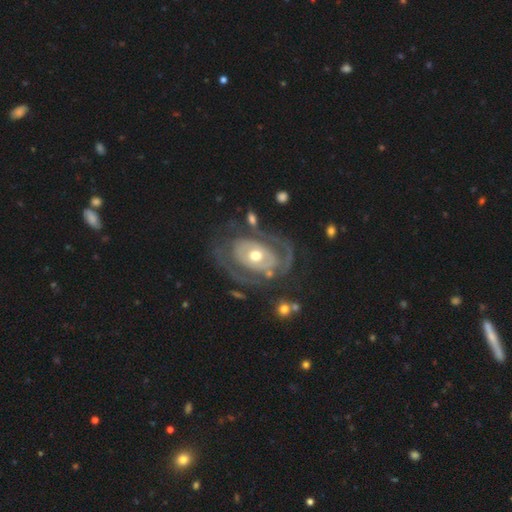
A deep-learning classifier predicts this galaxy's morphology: A featured or disk galaxy (81%) with no bar (75%), 2 (50%) tight (52%) spiral arms (66%) and a moderate central bulge (73%).

Vote fractions:
- Smooth or featured? featured or disk: 81% / smooth: 15% / star or artifact: 4%
- Edge-on disk? no: 96% / yes: 4%
- Bar? no: 75% / weak: 17% / strong: 8%
- Spiral arms? yes: 66% / no: 34%
- Spiral winding? tight: 52% / medium: 30% / loose: 18%
- Spiral arm count? 2: 50% / can't tell: 24% / 1: 14% / 3: 6% / 4: 3% / more than 4: 3%
- Bulge size? moderate: 73% / small: 14% / large: 10% / dominant: 1% / none: 1%
- Merging? none: 61% / major disturbance: 18% / minor disturbance: 17% / merger: 4%